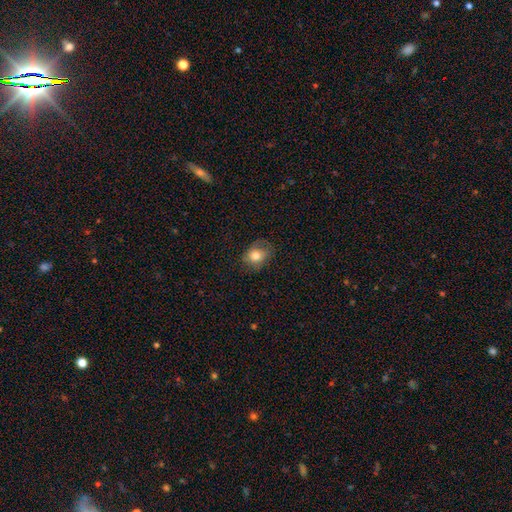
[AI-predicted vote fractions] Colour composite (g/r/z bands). It shows a smooth galaxy with no disk features (76%) that is in between round and cigar-shaped (61%). Merging: none (66%).